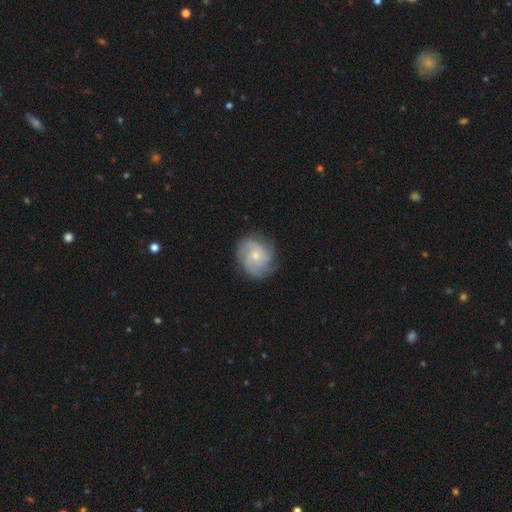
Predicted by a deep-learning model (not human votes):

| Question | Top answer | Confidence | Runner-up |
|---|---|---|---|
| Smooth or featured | featured or disk | 71% | smooth (22%) |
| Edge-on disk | no | 98% | yes (2%) |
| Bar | no | 76% | weak (22%) |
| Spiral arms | yes | 93% | no (7%) |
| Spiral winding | tight | 46% | medium (40%) |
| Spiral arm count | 3 | 33% | can't tell (25%) |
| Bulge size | small | 63% | moderate (33%) |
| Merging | none | 76% | minor disturbance (17%) |